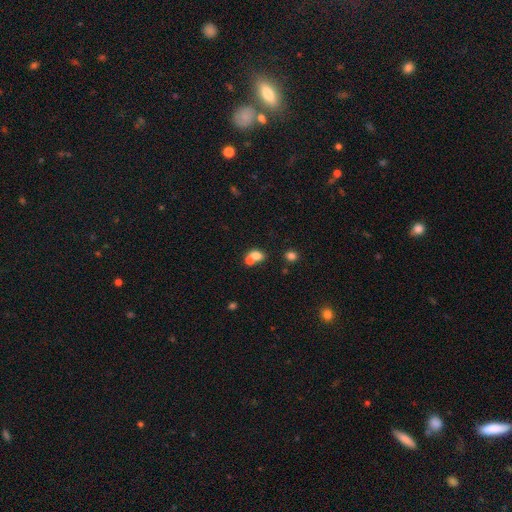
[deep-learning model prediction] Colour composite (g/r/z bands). It shows a smooth galaxy with no disk features (75%) that is in between round and cigar-shaped (58%). Merging: merger (52%).